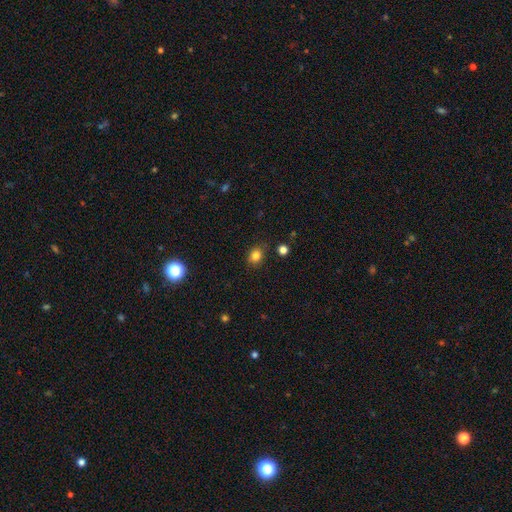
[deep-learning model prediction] A smooth galaxy with no disk features (82%) that is round (56%). Merging: none (83%).